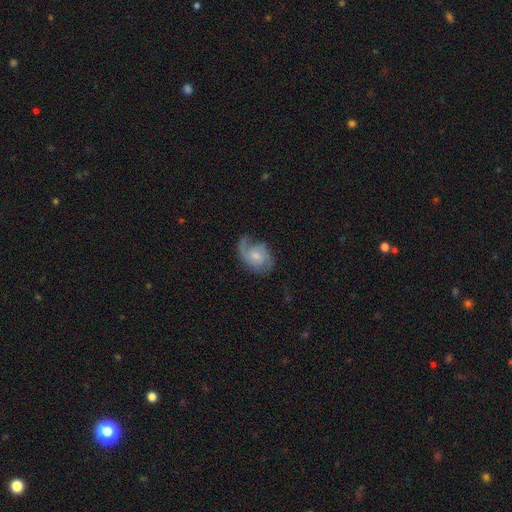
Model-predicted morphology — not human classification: smooth-or-featured: featured or disk: 72% | smooth: 22% | star or artifact: 6%
  disk-edge-on: no: 97% | yes: 3%
    bar: no: 64% | weak: 32% | strong: 4%
    has-spiral-arms: yes: 92% | no: 8%
      spiral-winding: medium: 42% | loose: 33% | tight: 25%
      spiral-arm-count: 2: 44% | 1: 39% | can't tell: 10% | 3: 4% | 4: 1% | more than 4: 1%
    bulge-size: small: 45% | moderate: 44% | none: 6% | large: 4% | dominant: 1%
  merging: none: 49% | minor disturbance: 26% | major disturbance: 23% | merger: 2%